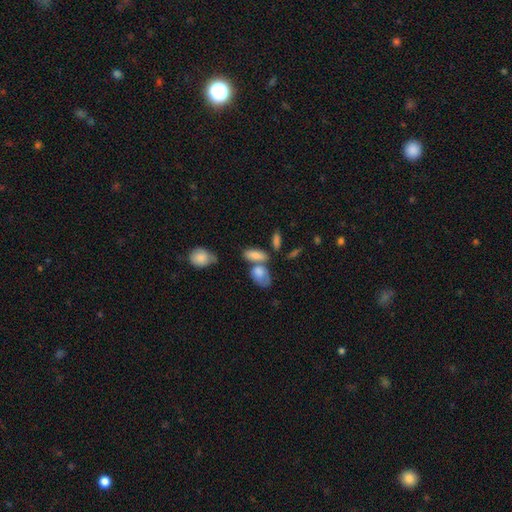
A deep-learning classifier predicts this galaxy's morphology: This is likely a smooth galaxy (75%). How rounded: likely in between (77%). Merging: possibly none (46%).